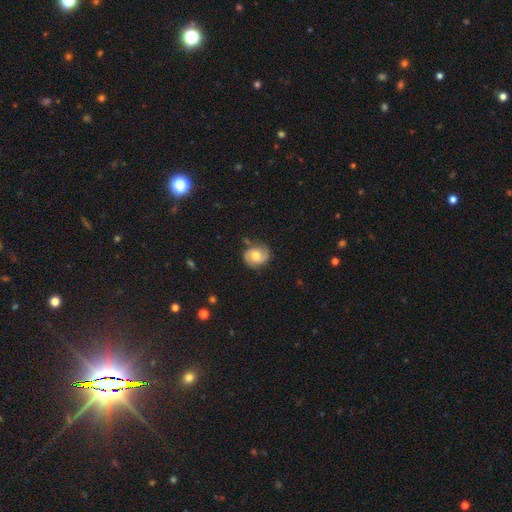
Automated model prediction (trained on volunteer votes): Smooth or featured?
  - featured or disk: 66% *
  - smooth: 27%
  - star or artifact: 7%
Edge-on disk?
  - no: 98% *
  - yes: 2%
Bar?
  - no: 65% *
  - weak: 30%
  - strong: 5%
Spiral arms?
  - yes: 93% *
  - no: 7%
Spiral winding?
  - medium: 46% *
  - tight: 36%
  - loose: 18%
Spiral arm count?
  - 2: 87% *
  - can't tell: 6%
  - 1: 3%
  - 3: 2%
  - 4: 1%
  - more than 4: 1%
Bulge size?
  - moderate: 65% *
  - small: 20%
  - large: 11%
  - none: 3%
  - dominant: 1%
Merging?
  - none: 77% *
  - minor disturbance: 16%
  - major disturbance: 5%
  - merger: 2%